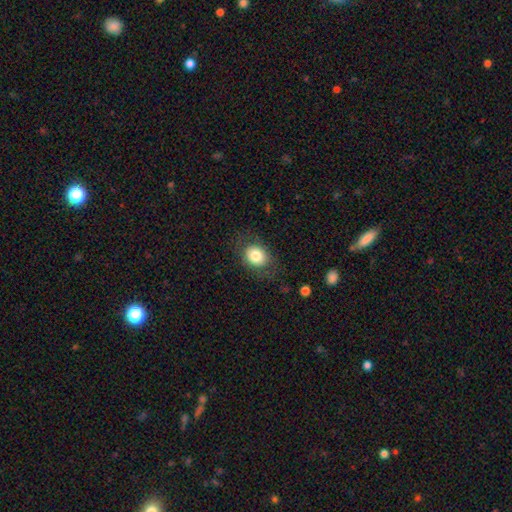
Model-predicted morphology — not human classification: smooth-or-featured: smooth: 79% | featured or disk: 12% | star or artifact: 9%
  how-rounded: round: 54% | in between: 45% | cigar-shaped: 1%
  merging: none: 77% | minor disturbance: 14% | major disturbance: 7% | merger: 1%